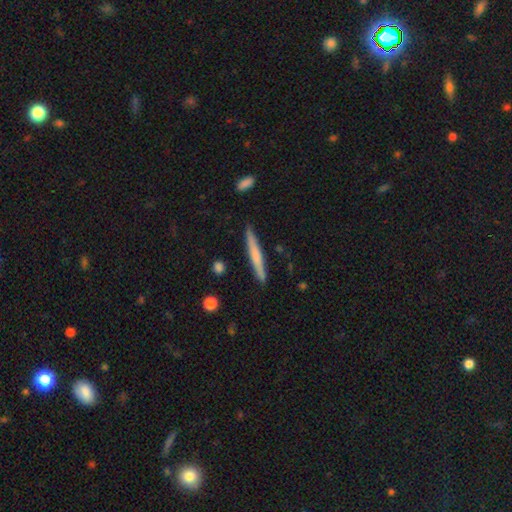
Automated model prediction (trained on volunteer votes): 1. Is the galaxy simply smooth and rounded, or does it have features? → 56% smooth, 38% featured or disk, 6% star or artifact.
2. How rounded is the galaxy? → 96% cigar-shaped, 3% in between, 1% round.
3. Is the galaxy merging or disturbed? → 89% none, 8% minor disturbance, 2% merger, 1% major disturbance.